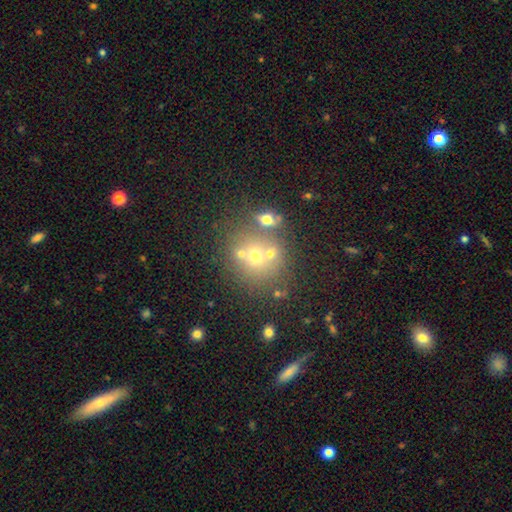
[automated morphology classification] This is possibly a smooth galaxy (57%). How rounded: clearly round (82%). Merging: possibly none (52%).